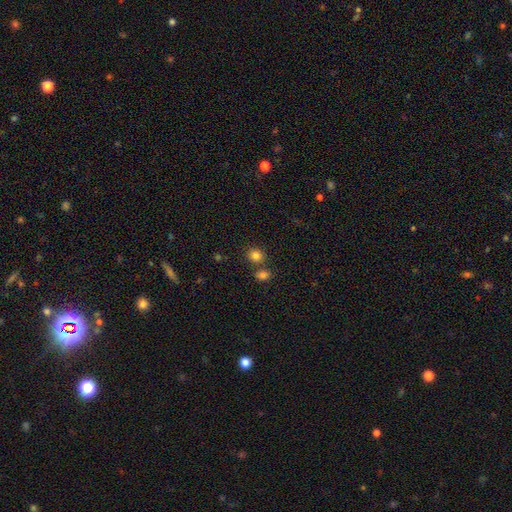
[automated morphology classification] A smooth galaxy with no disk features (82%) that is round (78%).

Vote fractions:
- Smooth or featured? smooth: 82% / star or artifact: 12% / featured or disk: 6%
- How rounded? round: 78% / in between: 21% / cigar-shaped: 1%
- Merging? none: 70% / merger: 19% / minor disturbance: 8% / major disturbance: 3%